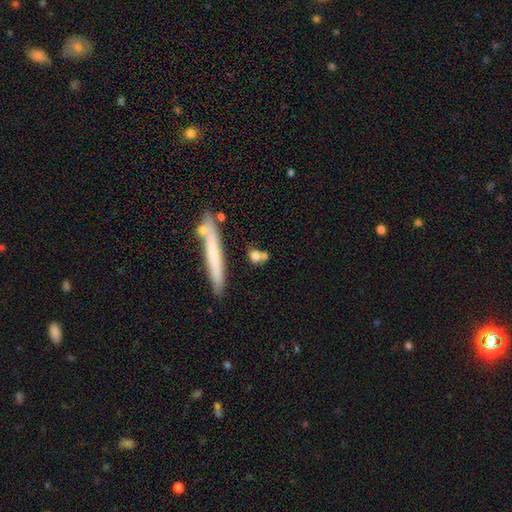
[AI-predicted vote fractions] Q: Smooth or featured?
A: smooth (72%); runner-up: featured or disk (18%)
Q: How rounded?
A: round (42%); runner-up: cigar-shaped (37%)
Q: Merging?
A: none (63%); runner-up: merger (21%)